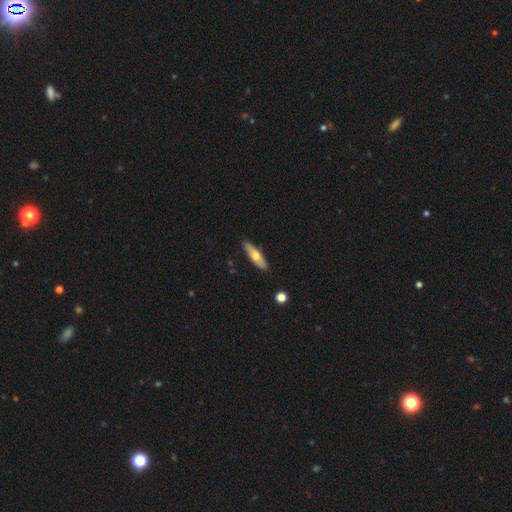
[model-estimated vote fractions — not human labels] Smooth or featured: smooth — 58% (featured or disk — 36%)
How rounded: cigar-shaped — 61% (in between — 37%)
Merging: none — 86% (minor disturbance — 11%)